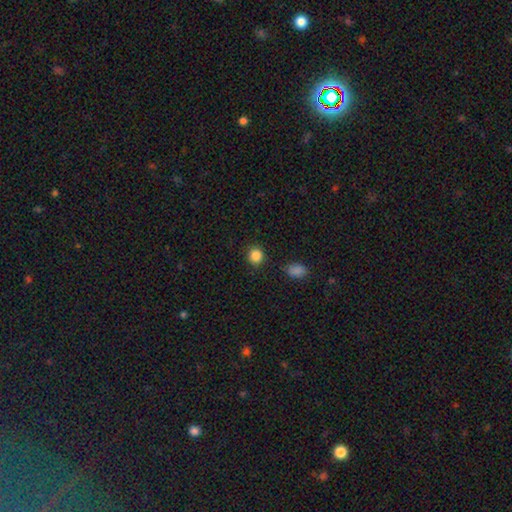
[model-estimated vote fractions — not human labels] Morphology: type=smooth (86%); roundness=round (88%); merging=none (87%).